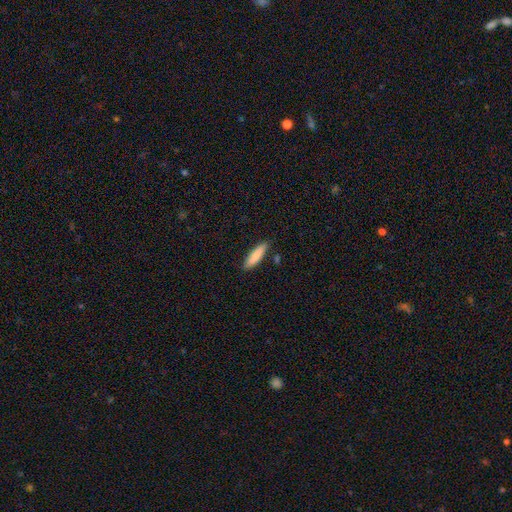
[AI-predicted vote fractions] smooth_or_featured: smooth (p=0.83) [alt: featured or disk p=0.11]
how_rounded: cigar-shaped (p=0.72) [alt: in between p=0.26]
merging: none (p=0.85) [alt: minor disturbance p=0.10]